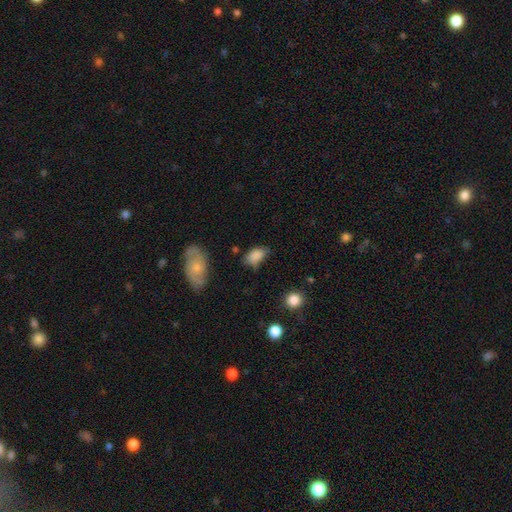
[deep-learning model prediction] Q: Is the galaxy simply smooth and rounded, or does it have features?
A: smooth — 83%.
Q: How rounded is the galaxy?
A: in between — 89%.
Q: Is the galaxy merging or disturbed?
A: none — 55%.